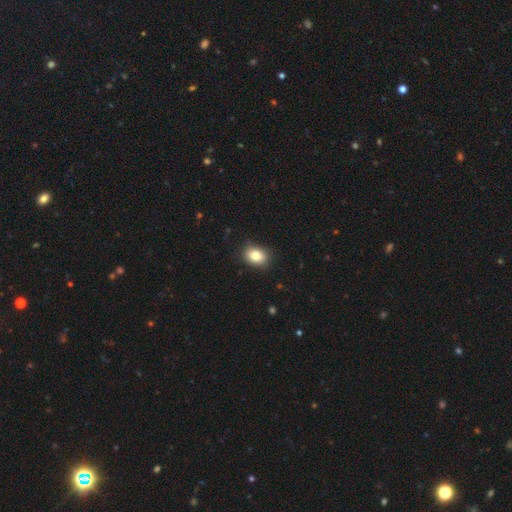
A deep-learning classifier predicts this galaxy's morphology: Overall: smooth (83%). How rounded: in between (63%; round 36%). Merging: none (86%).